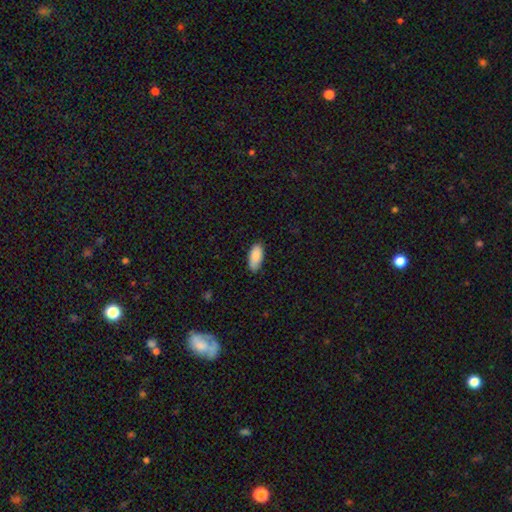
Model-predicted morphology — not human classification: Smooth or featured: smooth — 87% (featured or disk — 7%)
How rounded: in between — 90% (cigar-shaped — 8%)
Merging: none — 83% (minor disturbance — 14%)